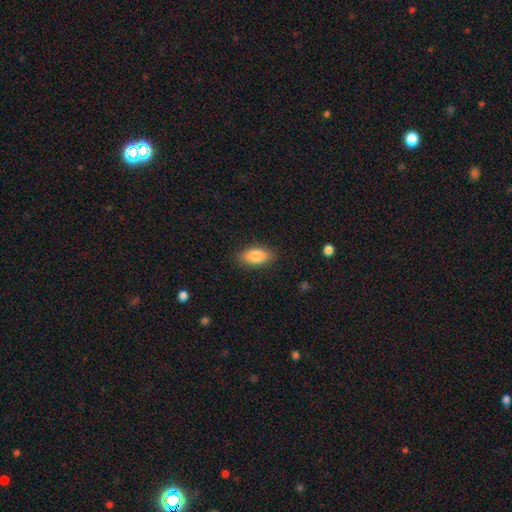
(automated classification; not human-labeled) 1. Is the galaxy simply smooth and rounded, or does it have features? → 84% smooth, 9% featured or disk, 7% star or artifact.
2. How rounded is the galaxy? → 88% in between, 8% cigar-shaped, 4% round.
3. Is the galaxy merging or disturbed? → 85% none, 11% minor disturbance, 3% major disturbance, 1% merger.